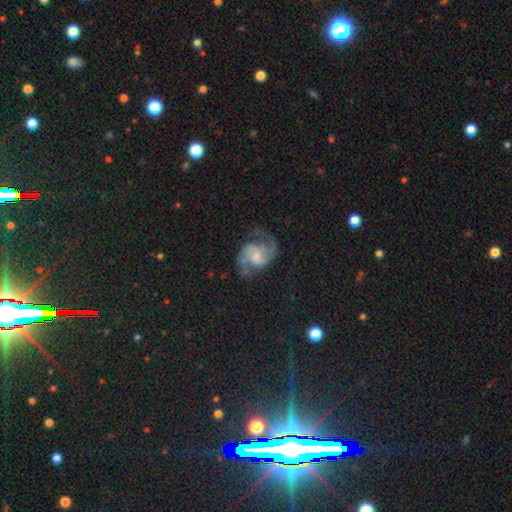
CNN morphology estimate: smooth_or_featured: featured or disk (p=0.85) [alt: smooth p=0.08]
disk_edge_on: no (p=0.98) [alt: yes p=0.02]
bar: no (p=0.46) [alt: weak p=0.45]
has_spiral_arms: yes (p=0.96) [alt: no p=0.04]
spiral_winding: medium (p=0.54) [alt: loose p=0.30]
spiral_arm_count: 2 (p=0.84) [alt: 3 p=0.05]
bulge_size: small (p=0.36) [tied with: moderate p=0.36]
merging: none (p=0.65) [alt: minor disturbance p=0.19]